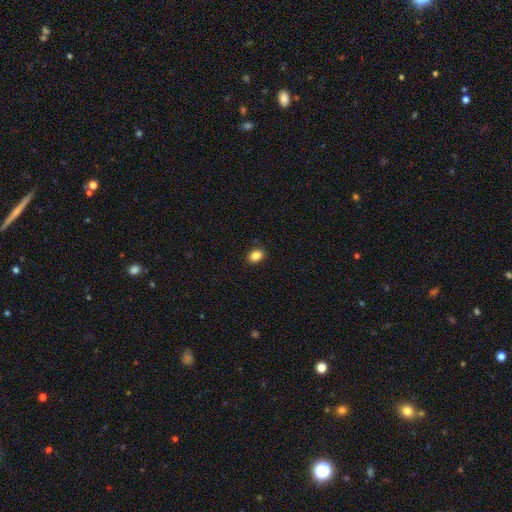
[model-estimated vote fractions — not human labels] A smooth galaxy with no disk features (87%) that is in between round and cigar-shaped (64%).

Vote fractions:
- Smooth or featured? smooth: 87% / star or artifact: 10% / featured or disk: 4%
- How rounded? in between: 64% / round: 35% / cigar-shaped: 1%
- Merging? none: 88% / minor disturbance: 9% / major disturbance: 2% / merger: 1%